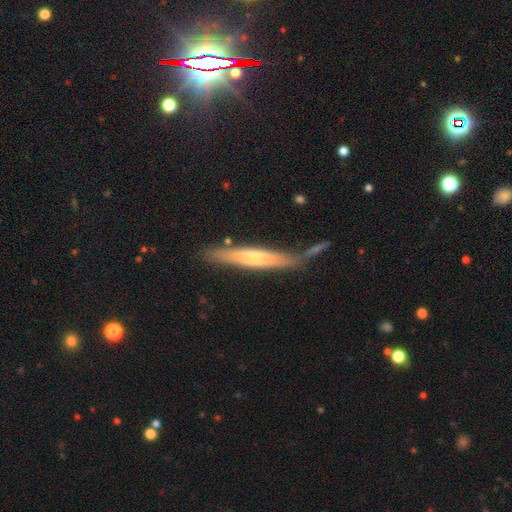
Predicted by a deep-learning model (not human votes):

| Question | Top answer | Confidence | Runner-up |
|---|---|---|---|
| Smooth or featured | featured or disk | 48% | smooth (46%) |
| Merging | none | 65% | minor disturbance (19%) |